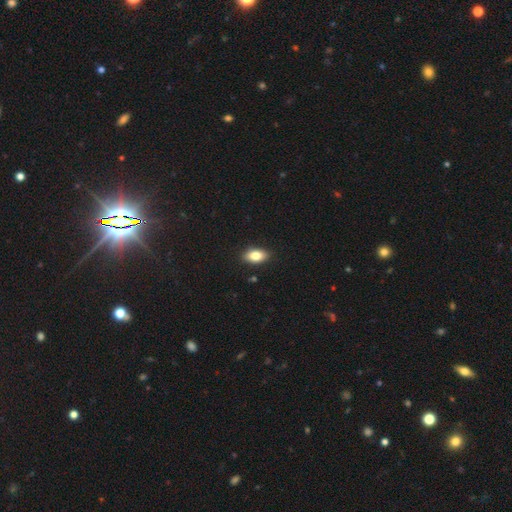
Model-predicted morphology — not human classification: smooth_or_featured: smooth (p=0.82) [alt: featured or disk p=0.11]
how_rounded: in between (p=0.89) [alt: round p=0.07]
merging: none (p=0.89) [alt: minor disturbance p=0.09]